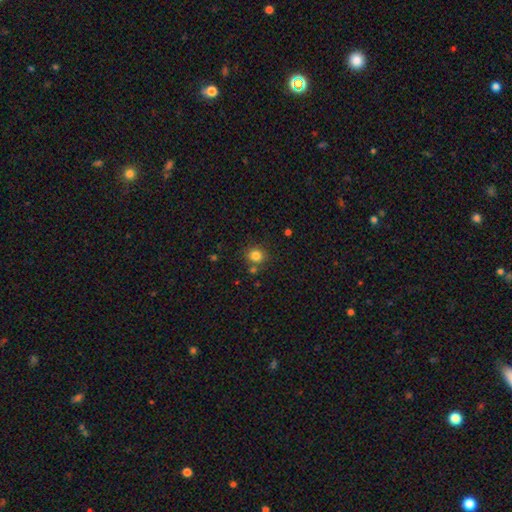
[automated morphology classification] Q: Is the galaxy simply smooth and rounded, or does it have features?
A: smooth — 83%.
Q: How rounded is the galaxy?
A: round — 87%.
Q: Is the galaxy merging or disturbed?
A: none — 77%.